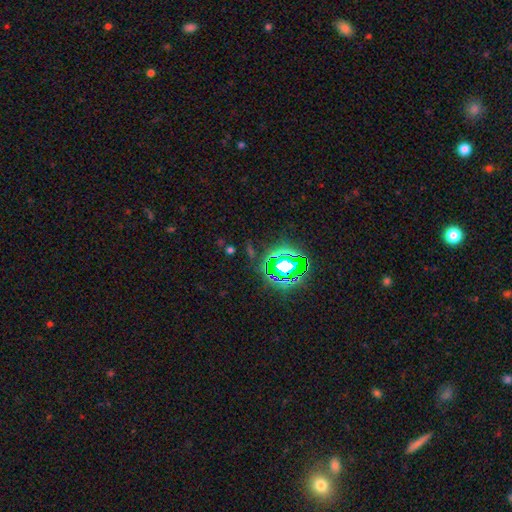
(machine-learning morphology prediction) Q: Smooth or featured?
A: star or artifact (78%); runner-up: smooth (13%)